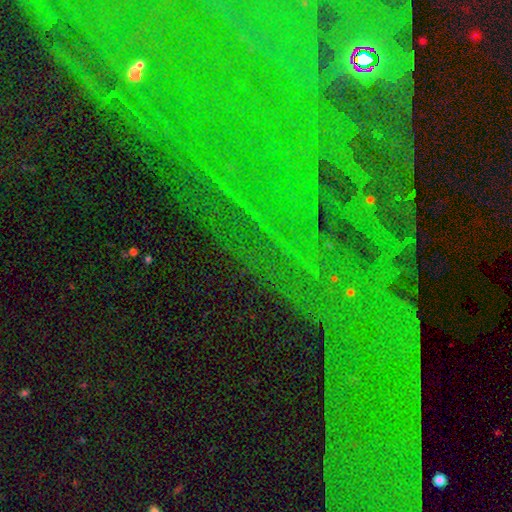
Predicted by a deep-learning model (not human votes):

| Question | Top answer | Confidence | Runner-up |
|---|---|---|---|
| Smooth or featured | star or artifact | 82% | featured or disk (10%) |